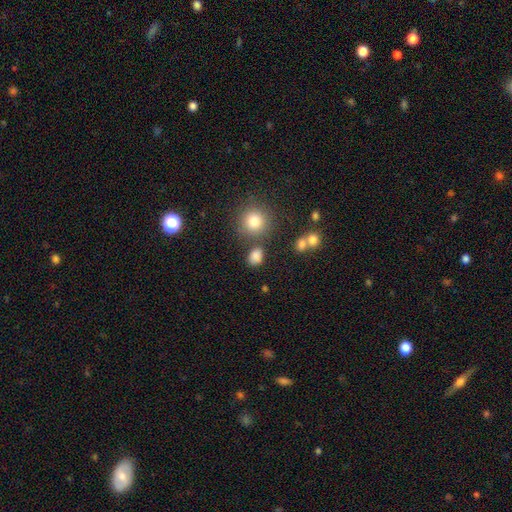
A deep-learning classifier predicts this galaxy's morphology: A smooth galaxy with no disk features (82%) that is in between round and cigar-shaped (55%). Merging: none (74%).